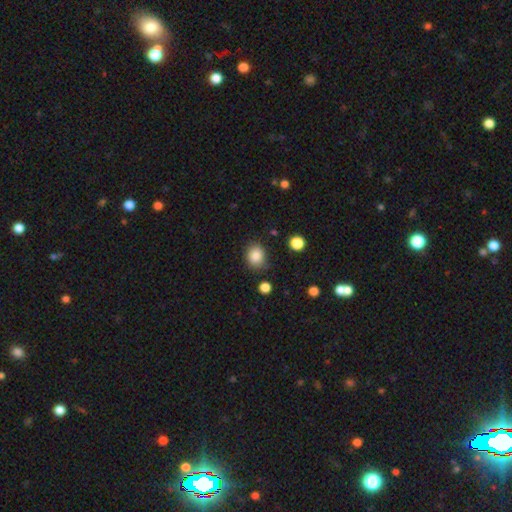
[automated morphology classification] smooth 85%, star or artifact 10%, featured or disk 5%. Down the decision tree: how rounded — round (66%); merging — none (80%).